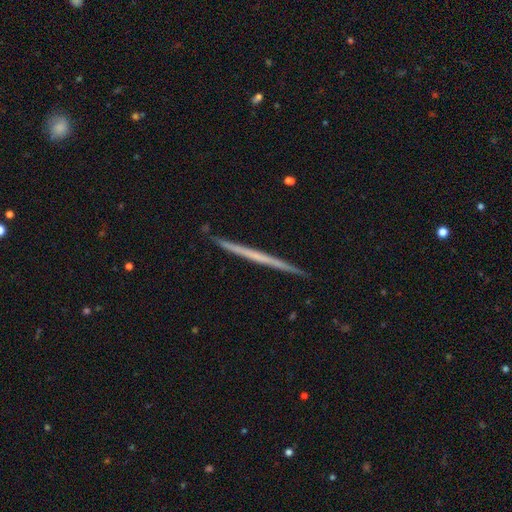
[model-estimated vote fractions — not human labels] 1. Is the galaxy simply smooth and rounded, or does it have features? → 61% featured or disk, 33% smooth, 6% star or artifact.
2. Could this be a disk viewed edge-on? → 98% yes, 2% no.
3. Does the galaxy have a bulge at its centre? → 90% none, 8% rounded, 3% boxy.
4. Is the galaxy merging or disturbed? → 92% none, 6% minor disturbance, 1% major disturbance, 1% merger.